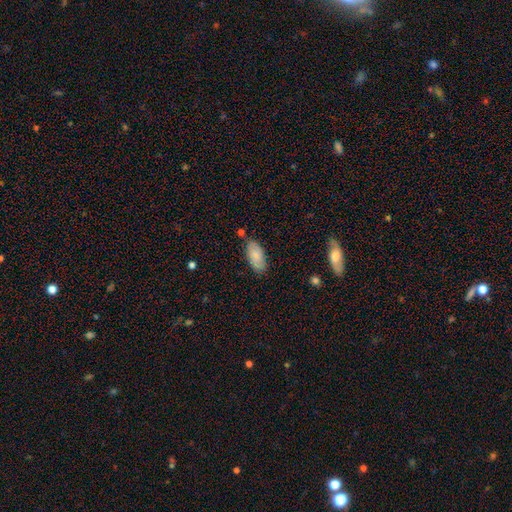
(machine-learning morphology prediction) This is likely a smooth galaxy (77%). How rounded: clearly in between (92%). Merging: likely none (77%).